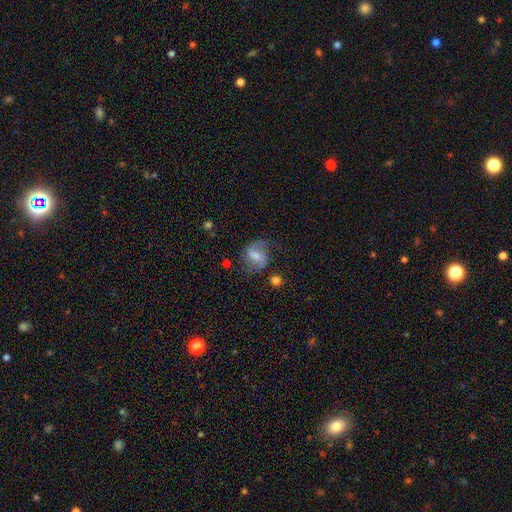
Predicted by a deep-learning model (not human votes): smooth-or-featured: featured or disk: 57% | smooth: 34% | star or artifact: 9%
  disk-edge-on: no: 97% | yes: 3%
    bar: weak: 49% | strong: 32% | no: 19%
    has-spiral-arms: yes: 83% | no: 17%
    bulge-size: moderate: 42% | small: 29% | none: 17% | large: 10% | dominant: 2%
  merging: none: 59% | minor disturbance: 23% | major disturbance: 14% | merger: 4%